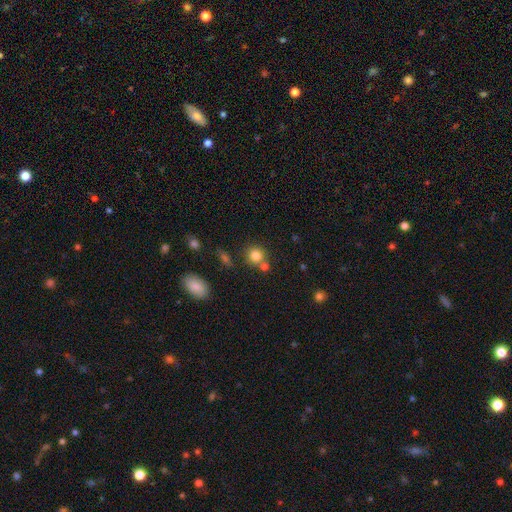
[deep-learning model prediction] A smooth galaxy with no disk features (81%) that is round (87%).

Vote fractions:
- Smooth or featured? smooth: 81% / star or artifact: 12% / featured or disk: 7%
- How rounded? round: 87% / in between: 12% / cigar-shaped: 1%
- Merging? none: 65% / merger: 22% / minor disturbance: 9% / major disturbance: 3%